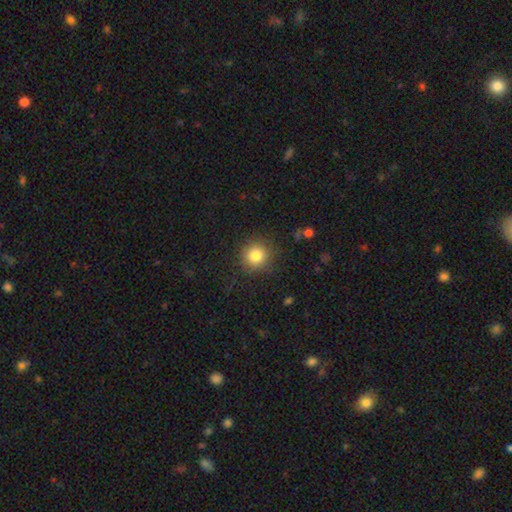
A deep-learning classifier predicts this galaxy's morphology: This appears to be a smooth galaxy with no disk features (83%) that is round (93%). Merging: none (84%).